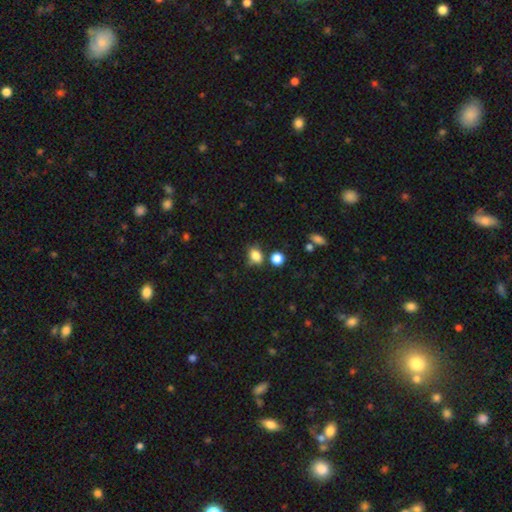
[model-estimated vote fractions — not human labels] A smooth galaxy with no disk features (83%) that is in between round and cigar-shaped (66%). Merging: none (67%).